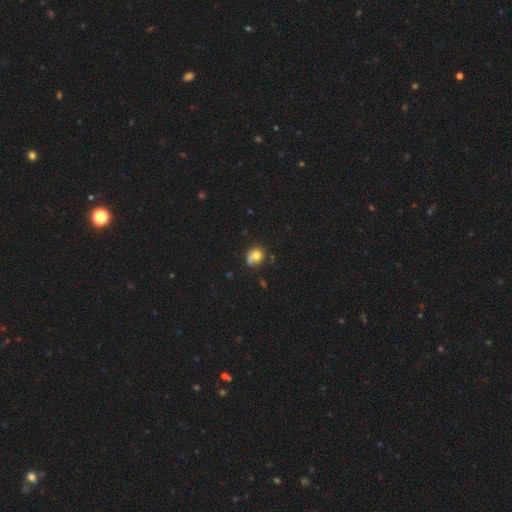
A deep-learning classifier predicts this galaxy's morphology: This appears to be a smooth galaxy with no disk features (75%) that is round (72%). Merging: none (50%).